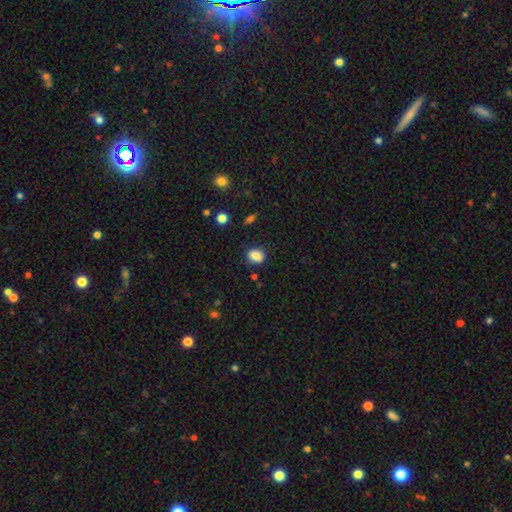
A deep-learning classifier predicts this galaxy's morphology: The model was most divided on "how rounded" (2-way tie): in between: 49%, round: 49%, cigar-shaped: 1%. More confident: smooth or featured — smooth (84%); merging — none (78%).